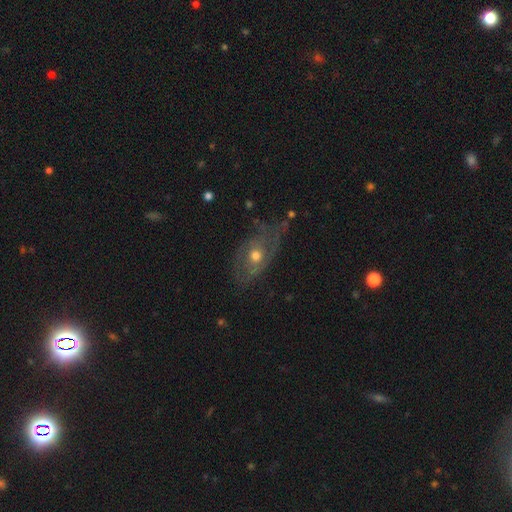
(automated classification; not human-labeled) Overall: featured or disk (64%; smooth 27%). Edge-on disk: no (90%). Bar: no (84%). Spiral arms: yes (62%; no 38%). Bulge size: moderate (70%). Merging: none (52%; minor disturbance 27%).